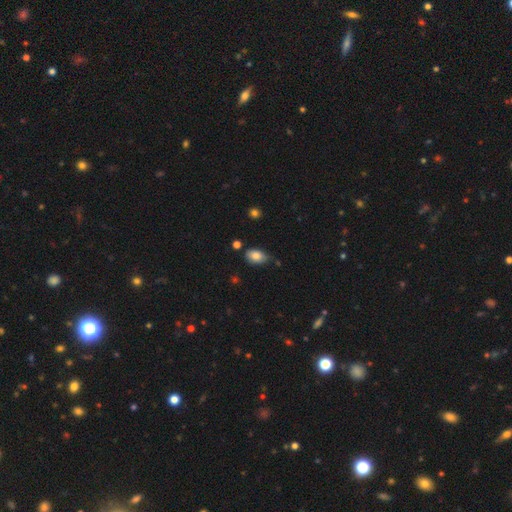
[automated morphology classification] smooth_or_featured: smooth (p=0.84) [alt: star or artifact p=0.08]
how_rounded: in between (p=0.88) [alt: round p=0.11]
merging: none (p=0.63) [alt: minor disturbance p=0.28]